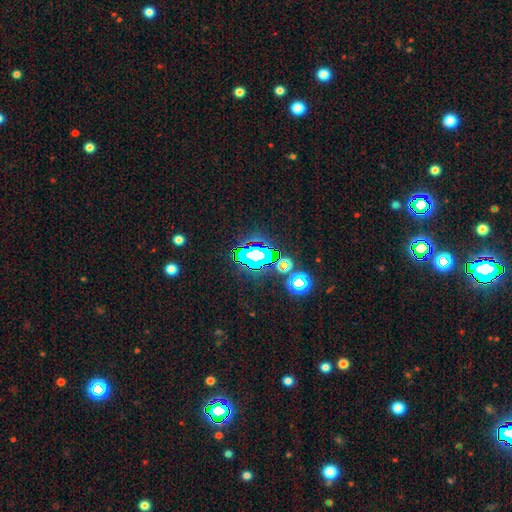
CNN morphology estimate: smooth_or_featured: star or artifact (p=0.63) [alt: smooth p=0.22]